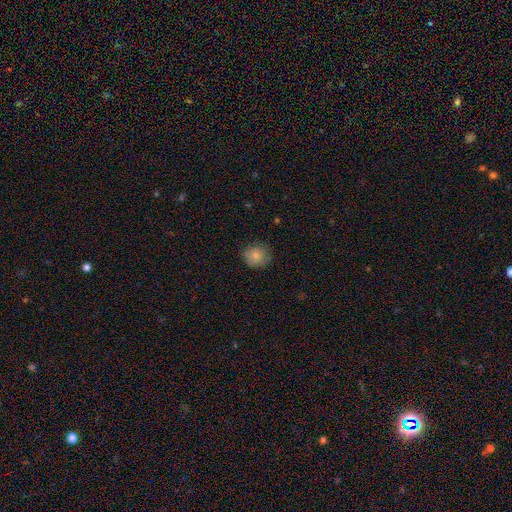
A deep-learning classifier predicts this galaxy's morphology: type=smooth (83%); roundness=round (86%); merging=none (82%).